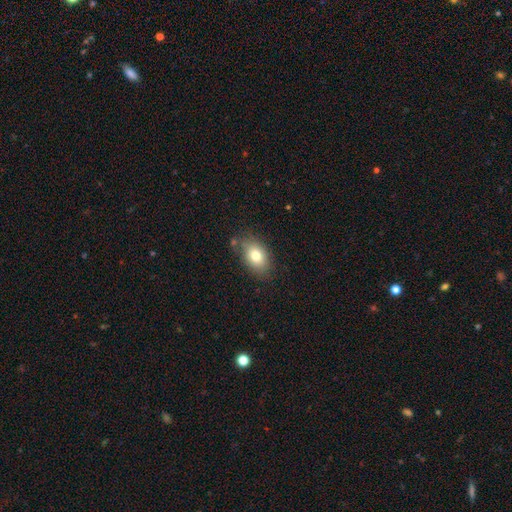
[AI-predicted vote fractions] This is likely a smooth galaxy (77%). How rounded: likely in between (80%). Merging: likely none (73%).